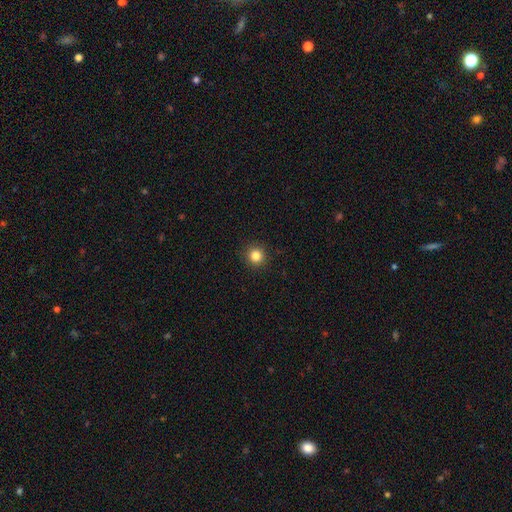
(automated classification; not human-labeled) Smooth or featured? smooth (84%)
How rounded? round (94%)
Merging? none (92%)